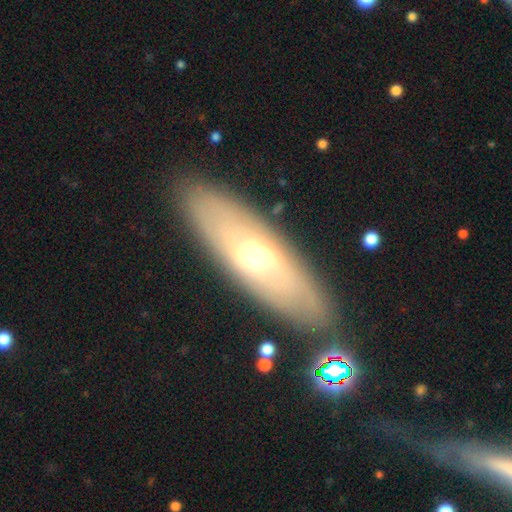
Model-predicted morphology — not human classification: A featured or disk galaxy (56%).

Vote fractions:
- Smooth or featured? featured or disk: 56% / smooth: 35% / star or artifact: 9%
- Edge-on disk? no: 66% / yes: 34%
- Merging? none: 85% / minor disturbance: 10% / major disturbance: 3% / merger: 3%